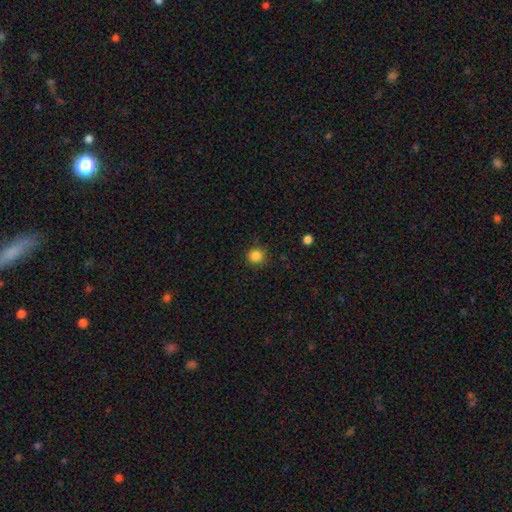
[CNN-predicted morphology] Smooth or featured? smooth (85%)
How rounded? round (92%)
Merging? none (90%)